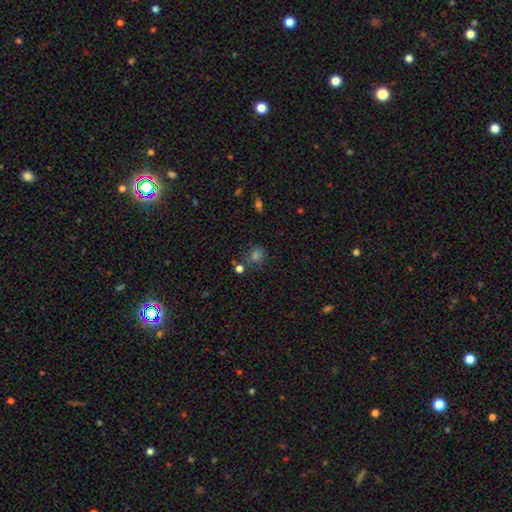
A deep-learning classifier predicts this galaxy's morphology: This appears to be a smooth galaxy with no disk features (61%) that is round (82%). Merging: none (77%).